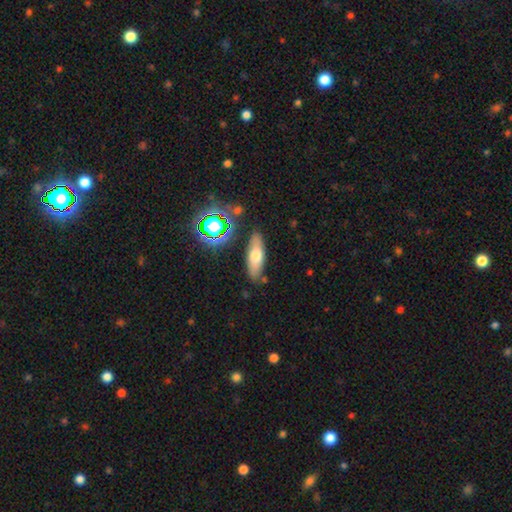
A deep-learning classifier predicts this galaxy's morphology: smooth-or-featured: smooth: 61% | featured or disk: 28% | star or artifact: 11%
  how-rounded: in between: 60% | cigar-shaped: 36% | round: 4%
  merging: none: 81% | minor disturbance: 12% | merger: 4% | major disturbance: 3%